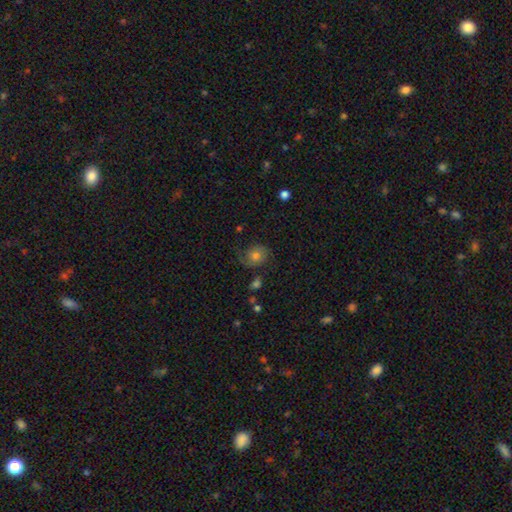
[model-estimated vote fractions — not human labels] Smooth or featured? featured or disk (50%)
Edge-on disk? no (97%)
Merging? none (58%)